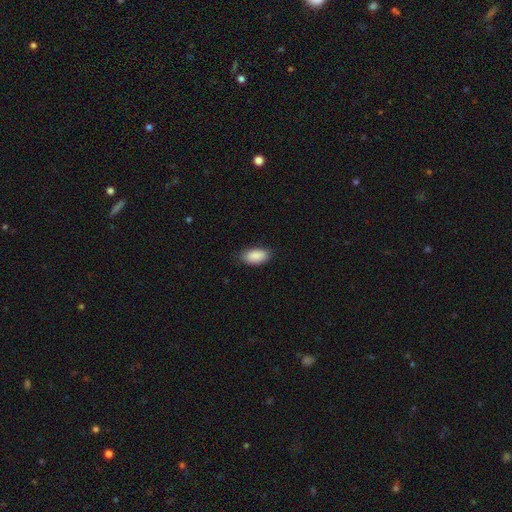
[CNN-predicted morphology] smooth 90%, star or artifact 6%, featured or disk 3%. Down the decision tree: how rounded — in between (94%); merging — none (84%).